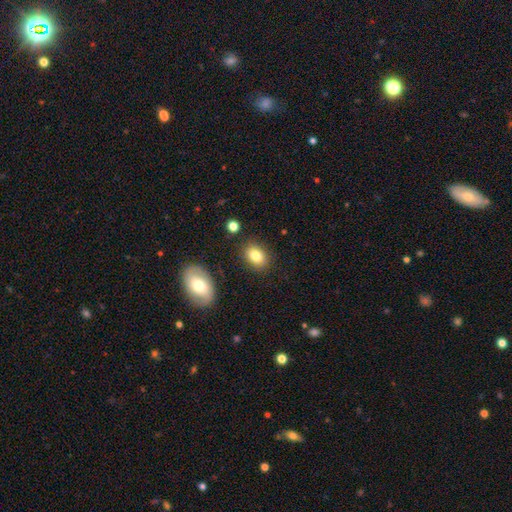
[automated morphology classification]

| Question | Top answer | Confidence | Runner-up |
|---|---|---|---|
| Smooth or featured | smooth | 81% | featured or disk (10%) |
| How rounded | in between | 73% | round (26%) |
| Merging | none | 83% | minor disturbance (11%) |